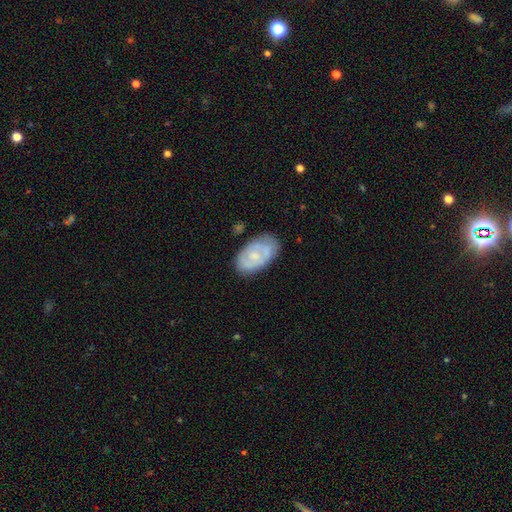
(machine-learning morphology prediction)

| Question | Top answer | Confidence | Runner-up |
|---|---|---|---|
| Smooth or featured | featured or disk | 51% | smooth (42%) |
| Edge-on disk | no | 95% | yes (5%) |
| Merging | none | 70% | minor disturbance (21%) |